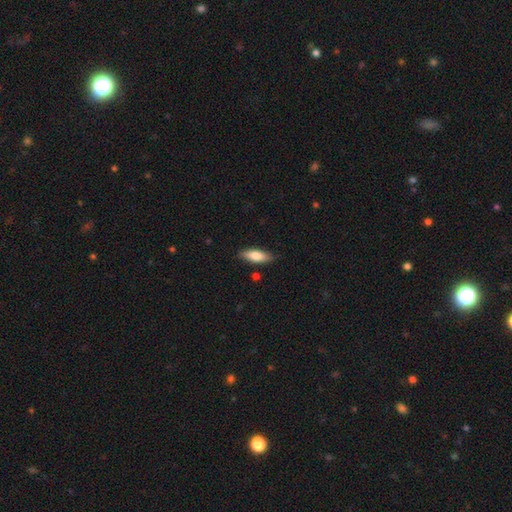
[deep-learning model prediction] The model was most divided on "how rounded": in between: 64%, cigar-shaped: 34%, round: 2%. More confident: merging — none (83%); smooth or featured — smooth (79%).